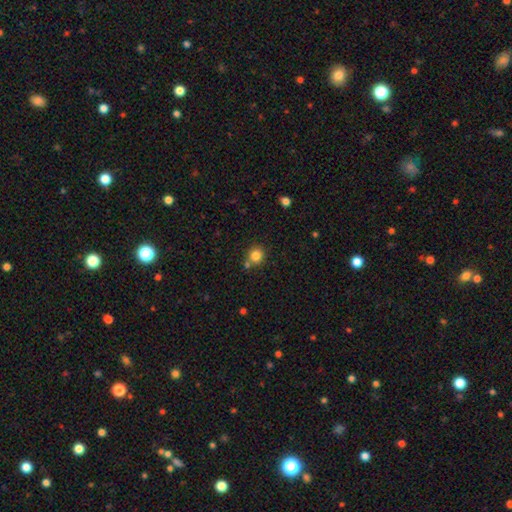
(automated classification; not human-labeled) Smooth or featured?
  - smooth: 83% *
  - star or artifact: 12%
  - featured or disk: 6%
How rounded?
  - round: 89% *
  - in between: 10%
  - cigar-shaped: 1%
Merging?
  - none: 72% *
  - merger: 16%
  - minor disturbance: 9%
  - major disturbance: 3%